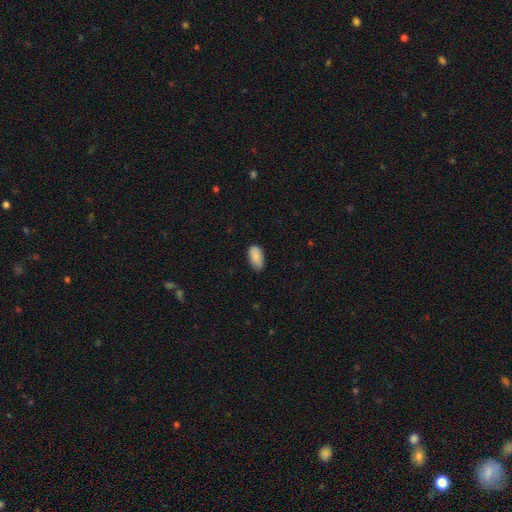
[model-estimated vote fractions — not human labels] Smooth or featured? smooth (88%)
How rounded? in between (94%)
Merging? none (70%)